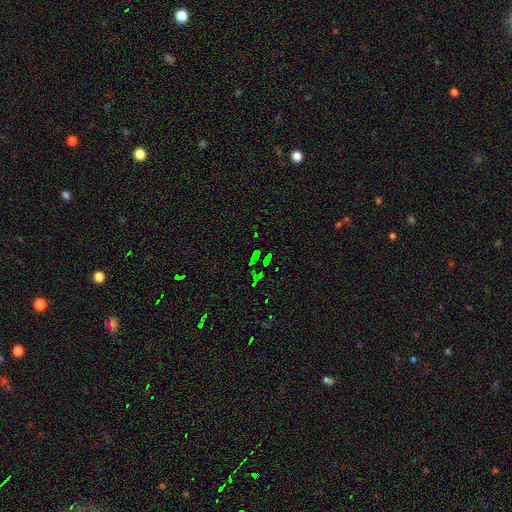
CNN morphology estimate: A star or artifact, not a galaxy (72%).